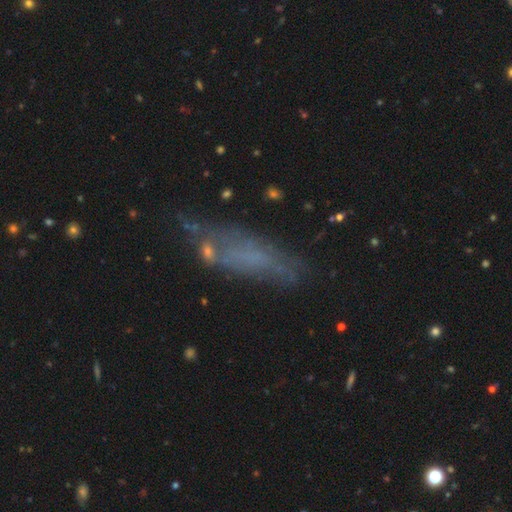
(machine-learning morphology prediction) smooth-or-featured: smooth: 47% | featured or disk: 39% | star or artifact: 14%
  merging: none: 49% | minor disturbance: 24% | major disturbance: 18% | merger: 9%